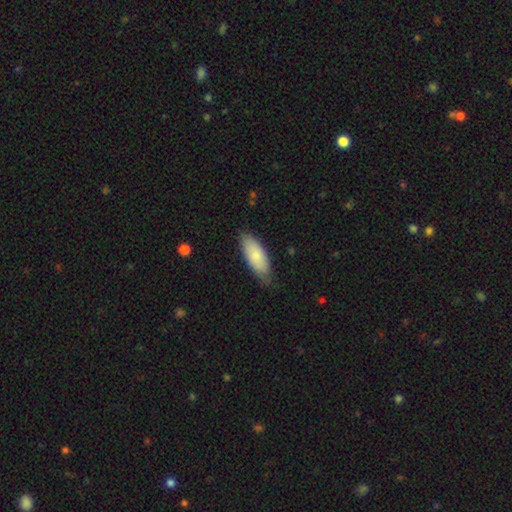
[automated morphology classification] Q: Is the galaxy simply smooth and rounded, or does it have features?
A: smooth — 78%.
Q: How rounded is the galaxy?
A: in between — 77%.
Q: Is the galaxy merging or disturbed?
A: none — 74%.